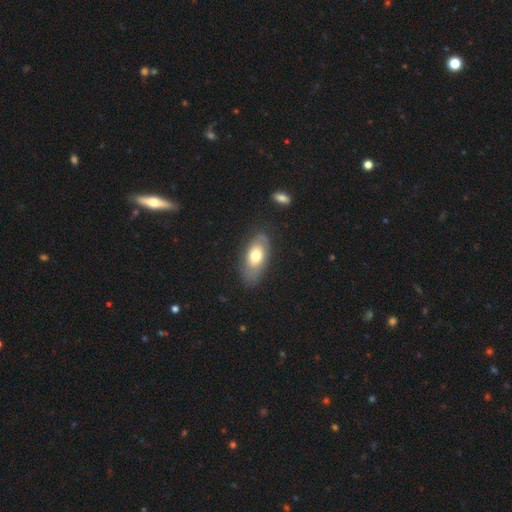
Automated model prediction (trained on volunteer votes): This is possibly a smooth galaxy (59%). How rounded: clearly in between (89%). Merging: likely none (74%).